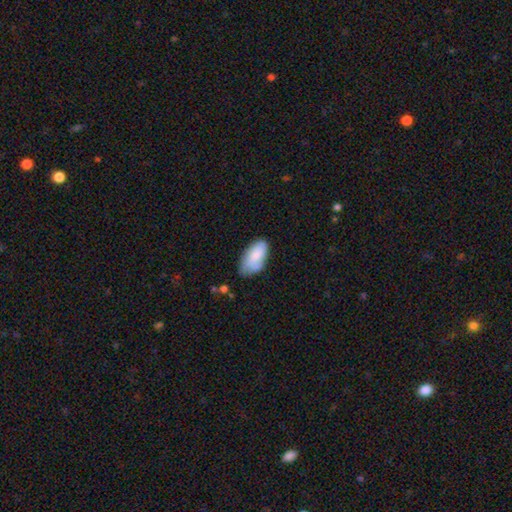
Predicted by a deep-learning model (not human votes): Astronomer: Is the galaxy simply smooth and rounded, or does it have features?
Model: smooth — 81%.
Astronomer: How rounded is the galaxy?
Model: in between — 94%.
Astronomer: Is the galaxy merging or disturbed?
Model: none — 54% (runner-up: minor disturbance, 35%).